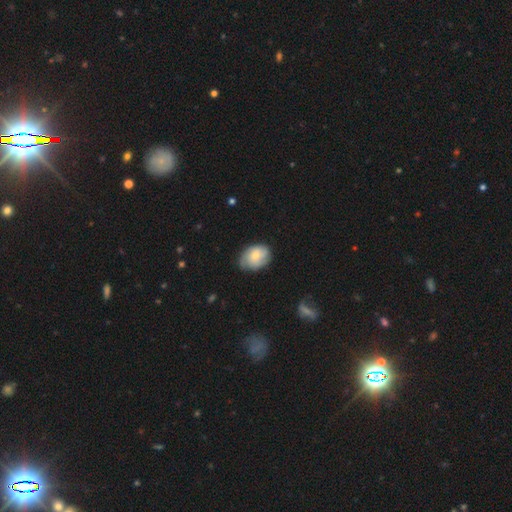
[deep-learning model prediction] Smooth or featured? smooth (53%)
How rounded? in between (67%)
Merging? none (68%)